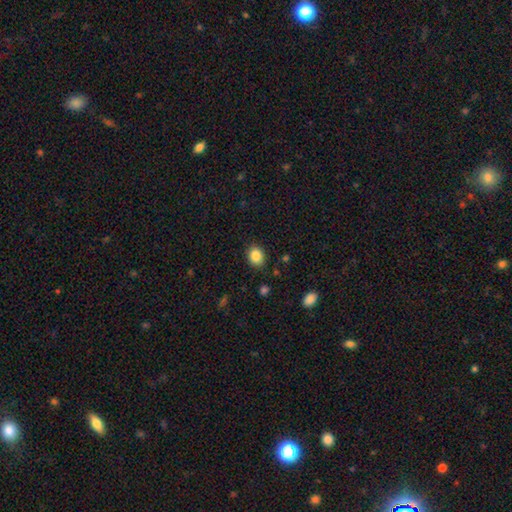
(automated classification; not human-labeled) smooth 86%, star or artifact 9%, featured or disk 5%. Down the decision tree: how rounded — round (51%); merging — none (86%).